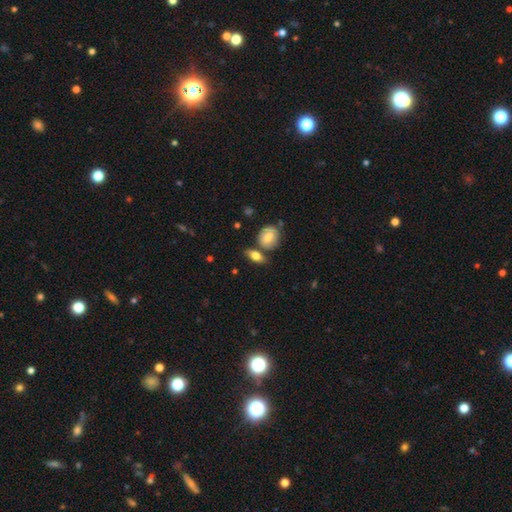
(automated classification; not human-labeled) Overall: smooth (70%). How rounded: in between (72%). Merging: none (64%).